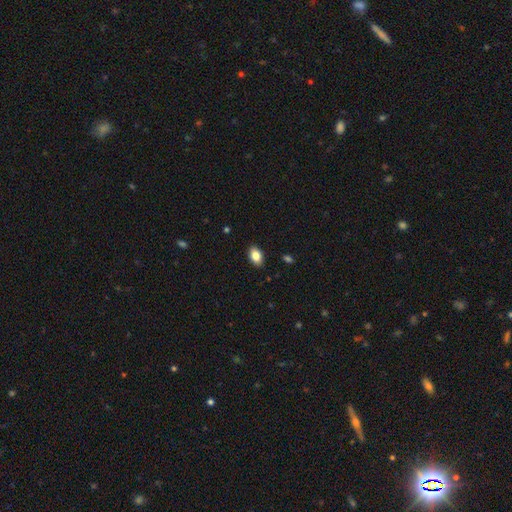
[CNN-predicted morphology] smooth_or_featured: smooth (p=0.85) [alt: star or artifact p=0.08]
how_rounded: in between (p=0.88) [alt: round p=0.11]
merging: none (p=0.89) [alt: minor disturbance p=0.08]